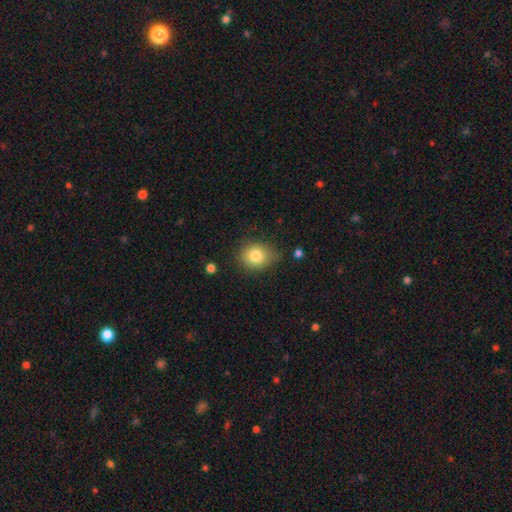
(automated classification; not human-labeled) Q: Smooth or featured?
A: smooth (81%); runner-up: star or artifact (10%)
Q: How rounded?
A: round (59%); runner-up: in between (40%)
Q: Merging?
A: none (72%); runner-up: minor disturbance (21%)